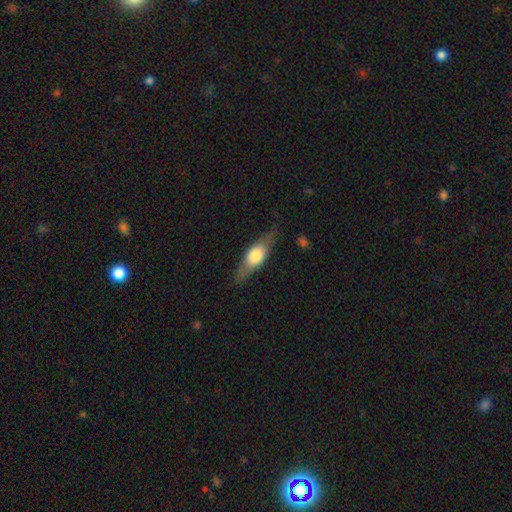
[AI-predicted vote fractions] Q: Smooth or featured?
A: smooth (48%); runner-up: featured or disk (46%)
Q: Merging?
A: none (76%); runner-up: minor disturbance (17%)